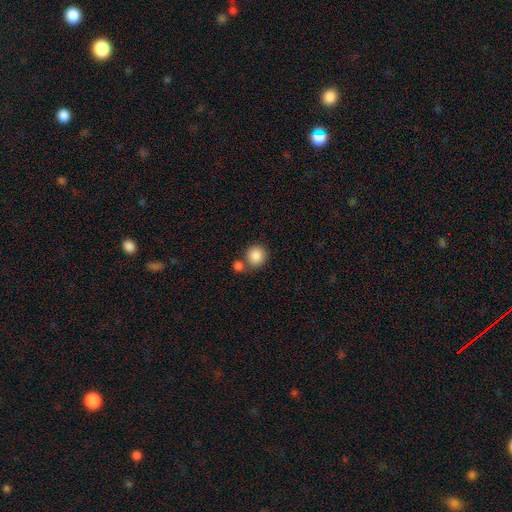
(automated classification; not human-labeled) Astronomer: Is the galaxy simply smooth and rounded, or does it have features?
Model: smooth — 87%.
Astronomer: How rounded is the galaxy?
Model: round — 86%.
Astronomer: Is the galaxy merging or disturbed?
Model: none — 59%.